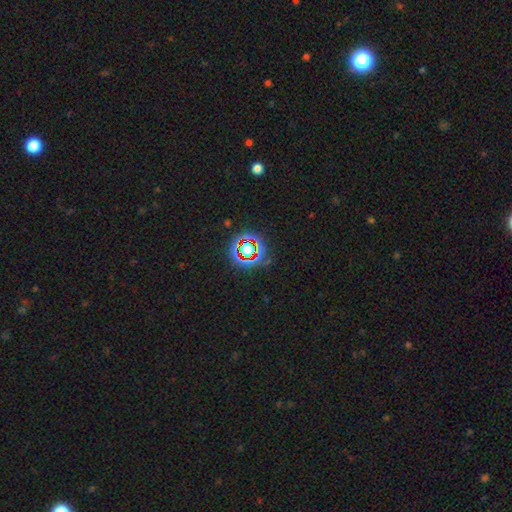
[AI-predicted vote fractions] star or artifact 75%, smooth 15%, featured or disk 9%.